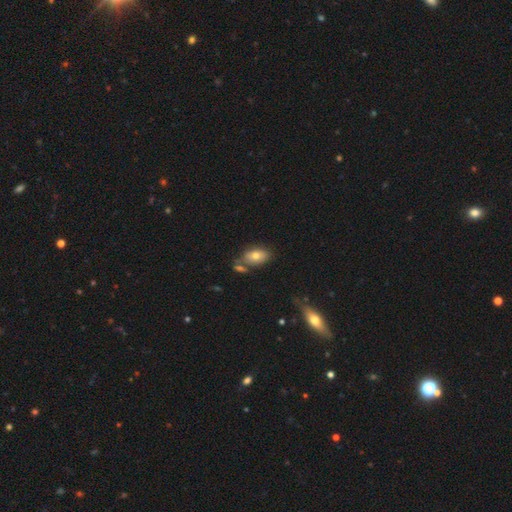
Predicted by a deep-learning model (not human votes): smooth-or-featured: smooth: 74% | featured or disk: 17% | star or artifact: 9%
  how-rounded: in between: 89% | round: 8% | cigar-shaped: 2%
  merging: none: 64% | merger: 17% | minor disturbance: 15% | major disturbance: 4%